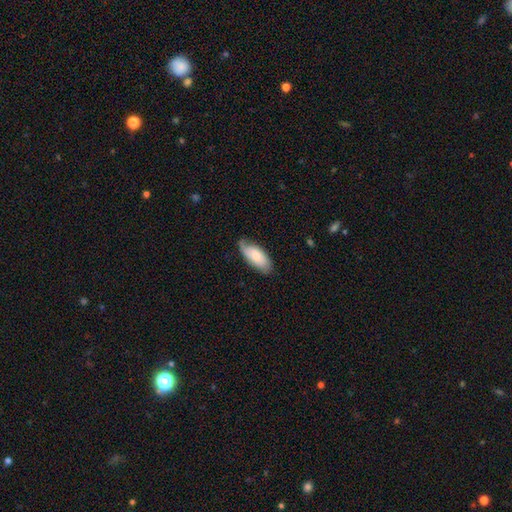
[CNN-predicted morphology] Smooth or featured? smooth (65%)
How rounded? in between (88%)
Merging? none (62%)